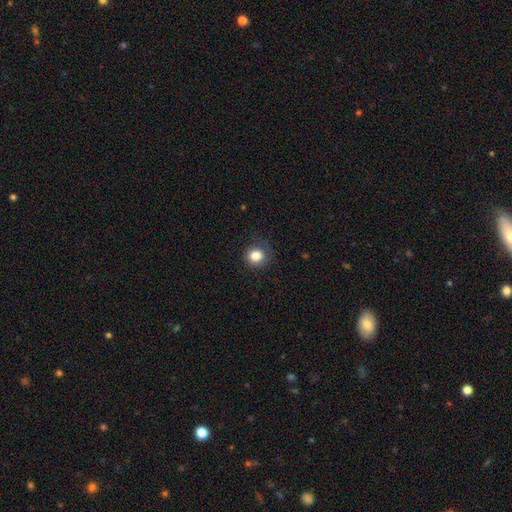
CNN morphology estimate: The model was most divided on "merging": none: 78%, minor disturbance: 15%, major disturbance: 6%, merger: 1%. More confident: how rounded — round (83%); smooth or featured — smooth (83%).